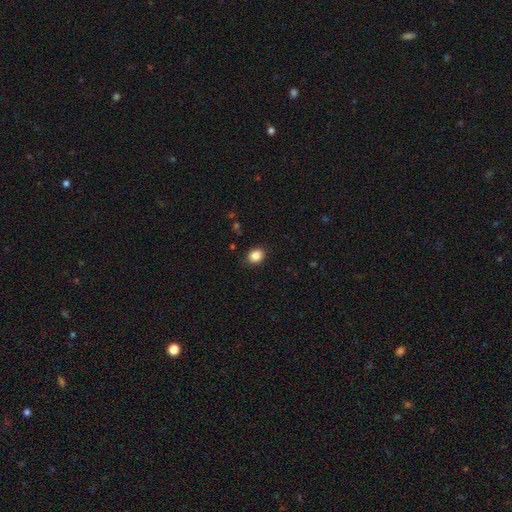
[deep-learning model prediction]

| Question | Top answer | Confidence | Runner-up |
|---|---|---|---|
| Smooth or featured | smooth | 86% | star or artifact (10%) |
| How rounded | round | 60% | in between (39%) |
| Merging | none | 88% | minor disturbance (9%) |